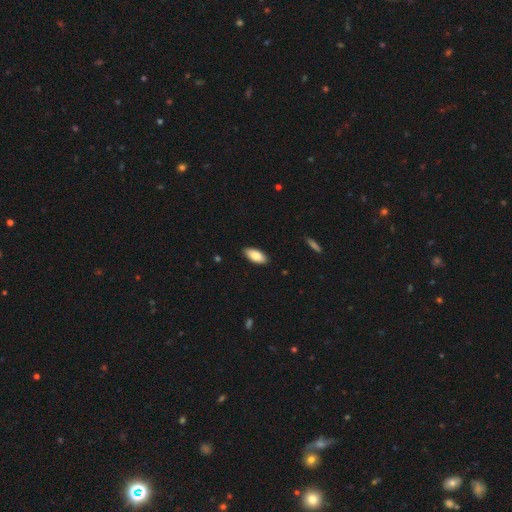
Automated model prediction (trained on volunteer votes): Smooth or featured? smooth (81%)
How rounded? in between (88%)
Merging? none (88%)